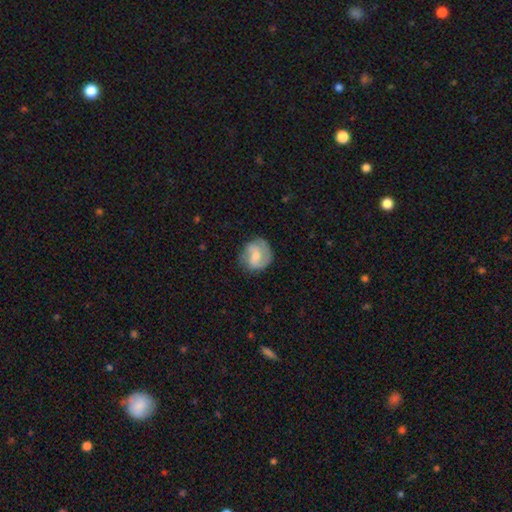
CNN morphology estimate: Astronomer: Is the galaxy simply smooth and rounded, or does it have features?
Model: featured or disk — 58% (runner-up: smooth, 35%).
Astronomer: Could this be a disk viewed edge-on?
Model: no — 98%.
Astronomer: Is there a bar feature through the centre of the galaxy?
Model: weak — 48% (runner-up: no, 39%).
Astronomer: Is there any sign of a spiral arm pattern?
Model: yes — 86%.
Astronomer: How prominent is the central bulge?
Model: small — 47% (runner-up: moderate, 41%).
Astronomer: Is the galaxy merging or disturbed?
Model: none — 68%.